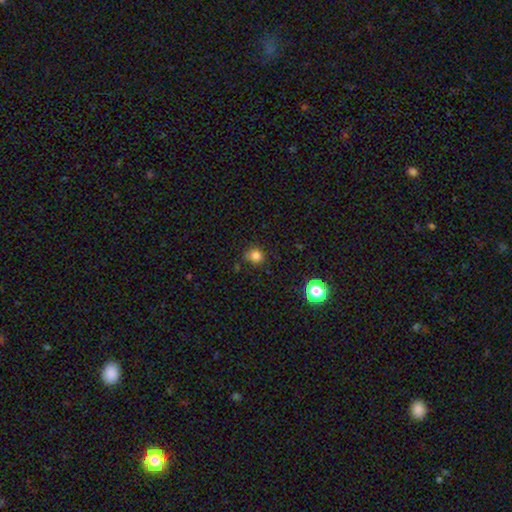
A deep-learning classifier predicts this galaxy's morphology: Smooth or featured?
  - smooth: 81% *
  - star or artifact: 15%
  - featured or disk: 5%
How rounded?
  - round: 89% *
  - in between: 10%
  - cigar-shaped: 1%
Merging?
  - none: 77% *
  - minor disturbance: 16%
  - merger: 4%
  - major disturbance: 3%